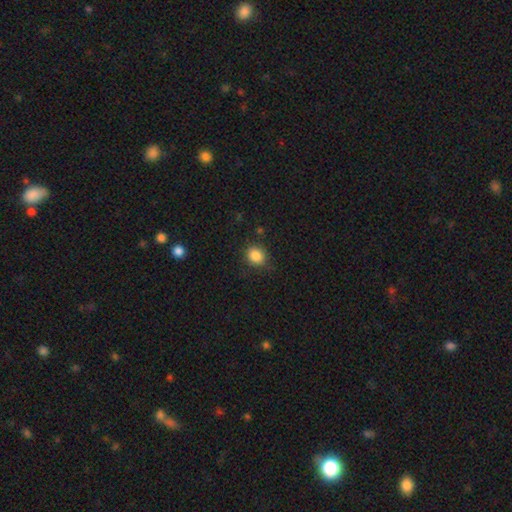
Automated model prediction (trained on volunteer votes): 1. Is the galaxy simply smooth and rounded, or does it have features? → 86% smooth, 10% star or artifact, 4% featured or disk.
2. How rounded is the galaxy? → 73% round, 26% in between, 1% cigar-shaped.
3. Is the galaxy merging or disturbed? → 81% none, 14% minor disturbance, 3% major disturbance, 2% merger.